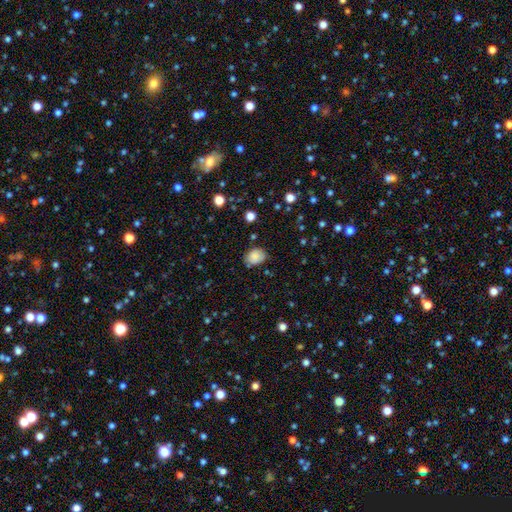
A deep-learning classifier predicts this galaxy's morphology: Smooth or featured: smooth — 83% (star or artifact — 9%)
How rounded: in between — 54% (round — 45%)
Merging: none — 73% (minor disturbance — 20%)